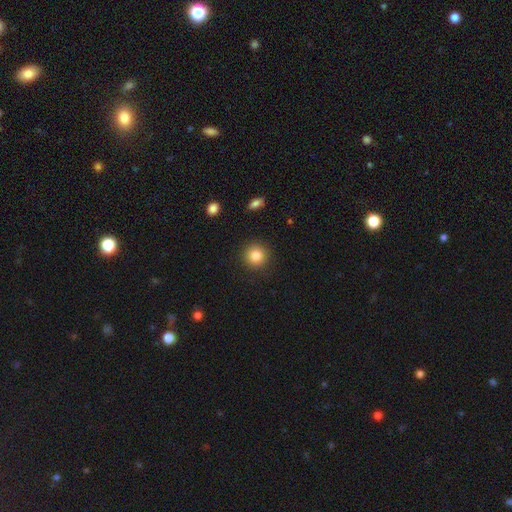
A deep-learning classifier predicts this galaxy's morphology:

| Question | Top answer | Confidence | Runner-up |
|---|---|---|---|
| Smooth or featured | smooth | 84% | star or artifact (10%) |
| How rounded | round | 93% | in between (6%) |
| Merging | none | 89% | minor disturbance (7%) |